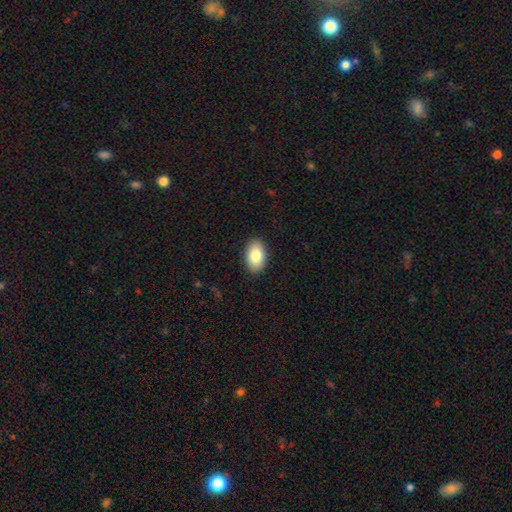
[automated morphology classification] Q: Smooth or featured?
A: smooth (84%); runner-up: featured or disk (9%)
Q: How rounded?
A: in between (91%); runner-up: round (8%)
Q: Merging?
A: none (90%); runner-up: minor disturbance (7%)